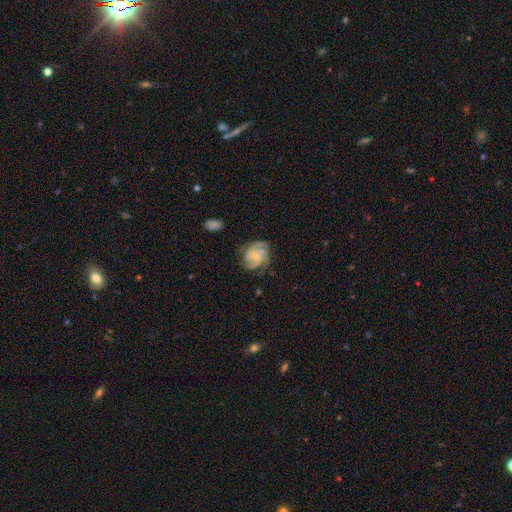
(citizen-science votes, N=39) Smooth or featured? 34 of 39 (87%) said featured or disk. Edge-on disk? 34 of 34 (100%) said no. Bar? 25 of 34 (74%) said no. Spiral arms? 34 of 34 (100%) said yes. Spiral winding? 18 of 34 (53%) said medium. Spiral arm count? 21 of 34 (62%) said 3. Bulge size? 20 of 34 (59%) said small. Merging? 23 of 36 (64%) said none.